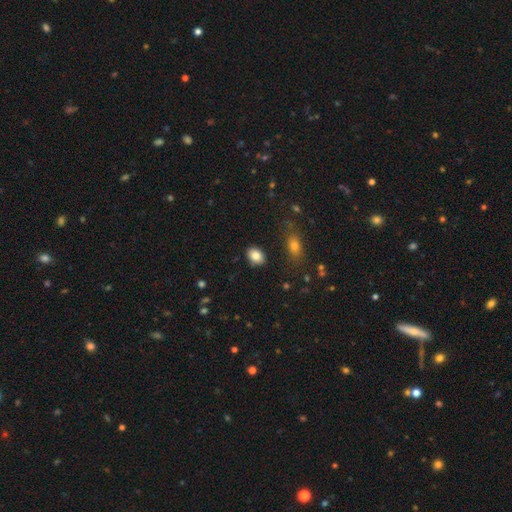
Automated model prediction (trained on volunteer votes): smooth_or_featured: smooth (p=0.85) [alt: star or artifact p=0.08]
how_rounded: in between (p=0.76) [alt: round p=0.23]
merging: none (p=0.86) [alt: minor disturbance p=0.09]